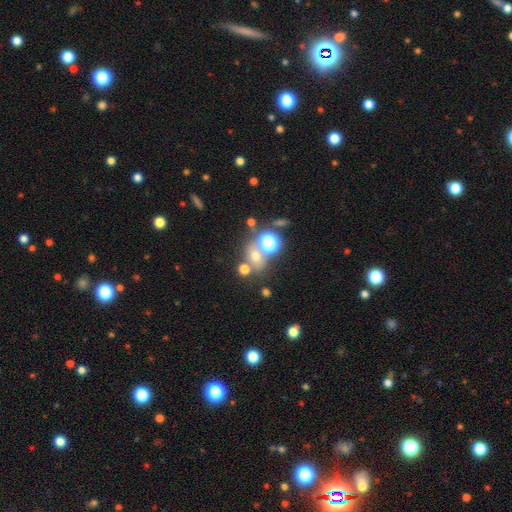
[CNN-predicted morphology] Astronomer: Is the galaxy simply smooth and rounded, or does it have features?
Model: smooth — 50% (runner-up: star or artifact, 36%).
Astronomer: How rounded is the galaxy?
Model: round — 69%.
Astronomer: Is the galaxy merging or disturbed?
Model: none — 58%.